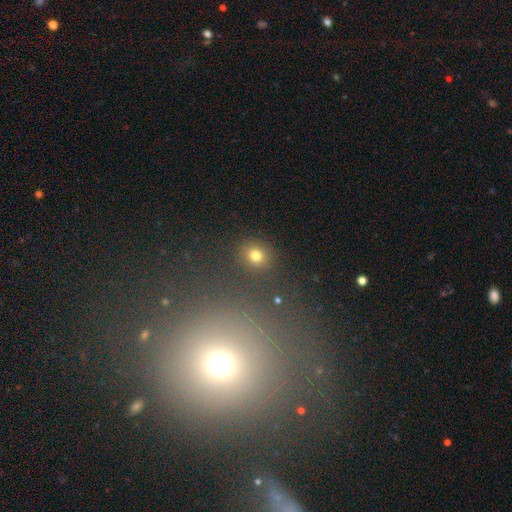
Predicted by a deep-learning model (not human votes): Overall: smooth (76%). How rounded: round (83%). Merging: none (87%).